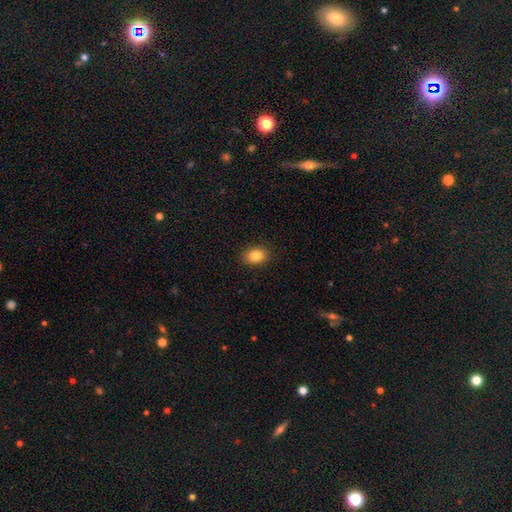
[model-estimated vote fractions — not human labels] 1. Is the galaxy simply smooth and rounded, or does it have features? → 85% smooth, 9% star or artifact, 6% featured or disk.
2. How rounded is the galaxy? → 71% in between, 28% round, 1% cigar-shaped.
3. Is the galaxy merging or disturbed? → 89% none, 8% minor disturbance, 2% major disturbance, 1% merger.